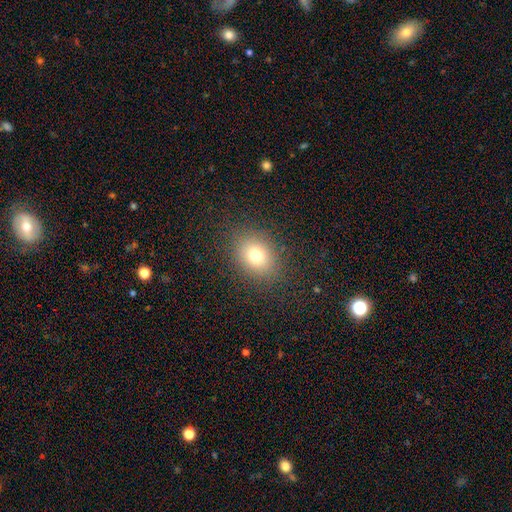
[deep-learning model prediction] smooth 76%, star or artifact 14%, featured or disk 10%. Down the decision tree: how rounded — in between (50%); merging — none (86%).